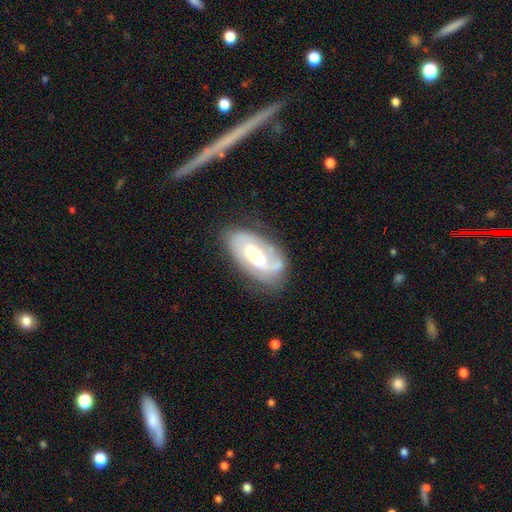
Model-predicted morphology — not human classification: This is likely a featured or disk galaxy (72%). It is clearly not viewed edge-on (94%). Bar: marginally no (43%). Spiral arm pattern: clearly yes (84%). Spiral arm count: possibly 2 (53%). Spiral winding: possibly tight (48%). Central bulge: possibly moderate (54%). Merging: likely none (66%).